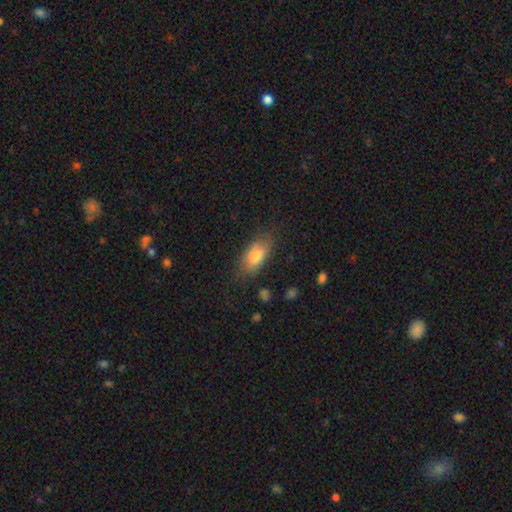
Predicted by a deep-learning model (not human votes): Q: Smooth or featured?
A: smooth (78%); runner-up: featured or disk (15%)
Q: How rounded?
A: in between (87%); runner-up: cigar-shaped (9%)
Q: Merging?
A: none (75%); runner-up: minor disturbance (18%)